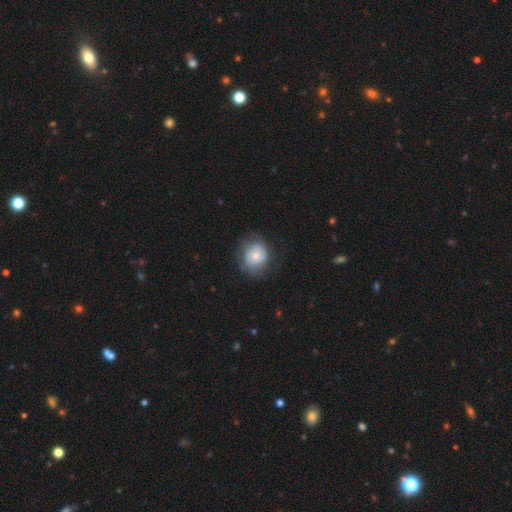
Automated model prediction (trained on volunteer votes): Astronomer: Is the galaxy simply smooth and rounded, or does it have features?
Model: smooth — 73%.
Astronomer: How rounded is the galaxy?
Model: round — 75%.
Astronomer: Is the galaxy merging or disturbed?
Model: none — 69%.